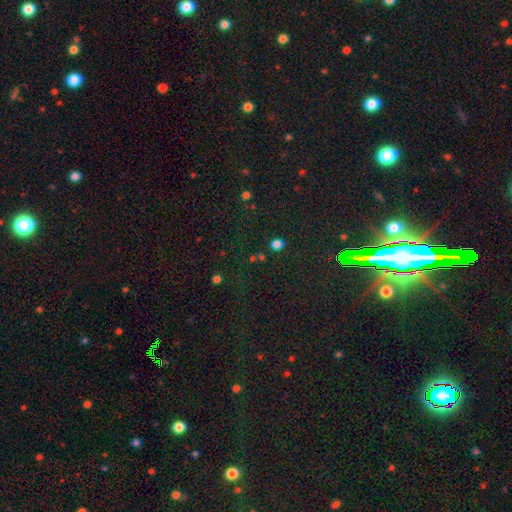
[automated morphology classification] This is likely a star or artifact rather than a galaxy (78%).